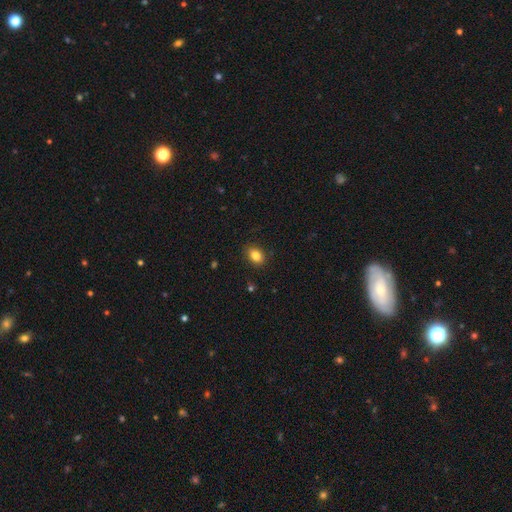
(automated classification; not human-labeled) This is clearly a smooth galaxy (84%). How rounded: likely in between (74%). Merging: clearly none (87%).